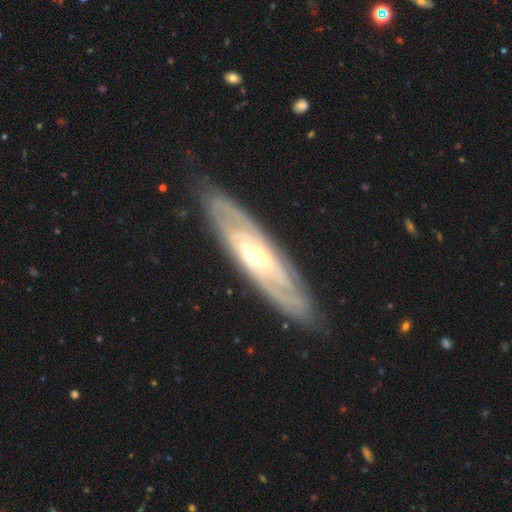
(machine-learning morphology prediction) Smooth or featured: featured or disk — 79% (smooth — 15%)
Edge-on disk: no — 71% (yes — 29%)
Bar: no — 51% (weak — 36%)
Spiral arms: yes — 86% (no — 14%)
Bulge size: moderate — 61% (small — 27%)
Merging: none — 82% (minor disturbance — 13%)